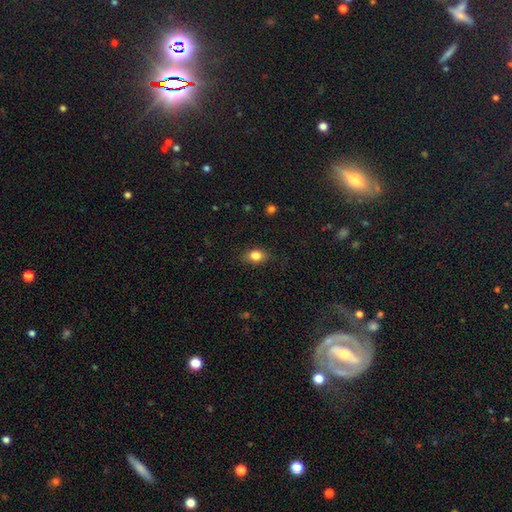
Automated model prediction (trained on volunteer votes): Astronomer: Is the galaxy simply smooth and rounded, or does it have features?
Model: smooth — 83%.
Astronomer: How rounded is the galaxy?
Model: in between — 72%.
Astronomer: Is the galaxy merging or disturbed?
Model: none — 82%.